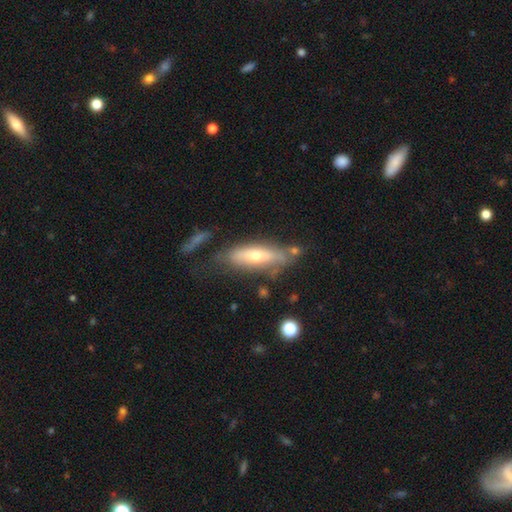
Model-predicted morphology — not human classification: Smooth or featured?
  - smooth: 47% *
  - featured or disk: 46%
  - star or artifact: 7%
Merging?
  - none: 55% *
  - minor disturbance: 24%
  - major disturbance: 12%
  - merger: 9%